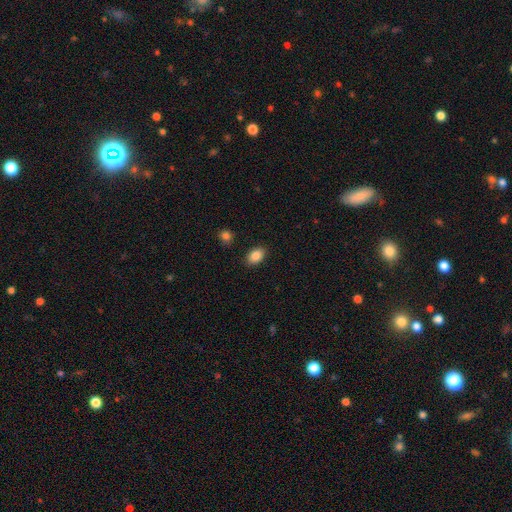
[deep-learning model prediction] Q: Smooth or featured?
A: smooth (87%); runner-up: star or artifact (8%)
Q: How rounded?
A: in between (84%); runner-up: round (15%)
Q: Merging?
A: none (87%); runner-up: minor disturbance (9%)